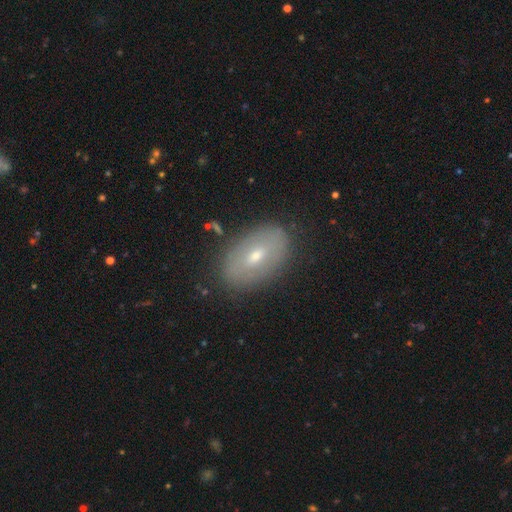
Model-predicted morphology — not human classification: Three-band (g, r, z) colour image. It shows a smooth galaxy with no disk features (48%). Merging: none (84%).